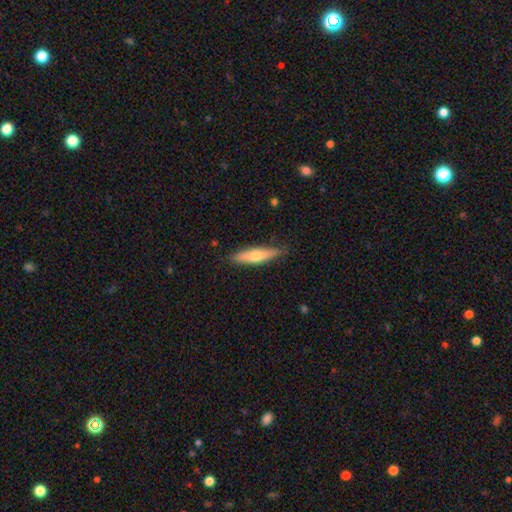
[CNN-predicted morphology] smooth_or_featured: smooth (p=0.58) [alt: featured or disk p=0.36]
how_rounded: cigar-shaped (p=0.77) [alt: in between p=0.22]
merging: none (p=0.83) [alt: minor disturbance p=0.14]